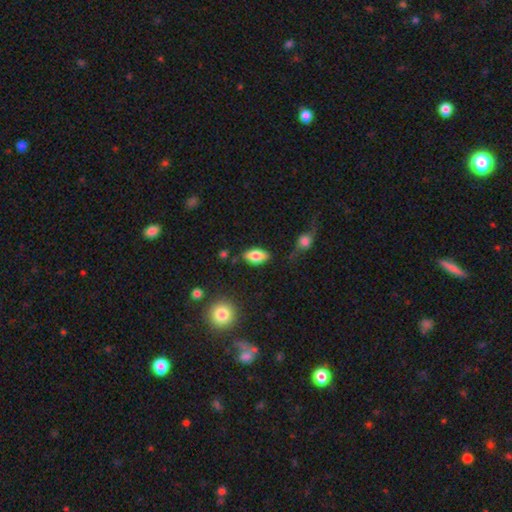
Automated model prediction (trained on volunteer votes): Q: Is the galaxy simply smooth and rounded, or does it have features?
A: smooth — 77%.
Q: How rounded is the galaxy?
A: in between — 89%.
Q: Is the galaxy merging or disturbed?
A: none — 77%.